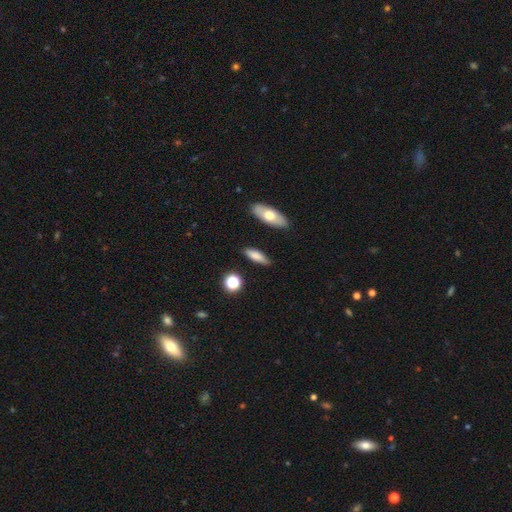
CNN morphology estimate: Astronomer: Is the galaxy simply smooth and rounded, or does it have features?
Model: smooth — 75%.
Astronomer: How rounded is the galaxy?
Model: in between — 50% (runner-up: cigar-shaped, 46%).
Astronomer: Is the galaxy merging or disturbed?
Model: none — 82%.